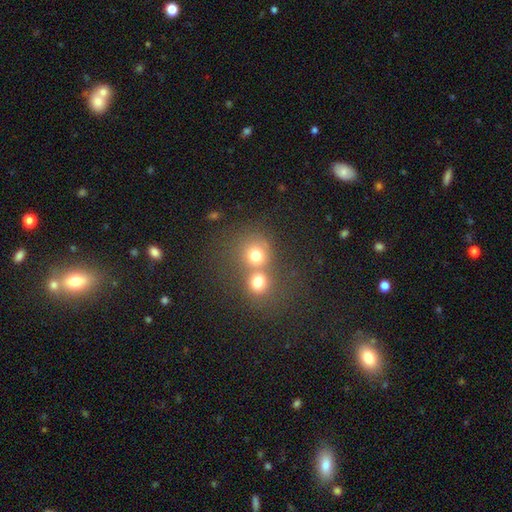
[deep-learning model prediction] Overall: smooth (72%). How rounded: round (83%). Merging: merger (55%; none 36%).